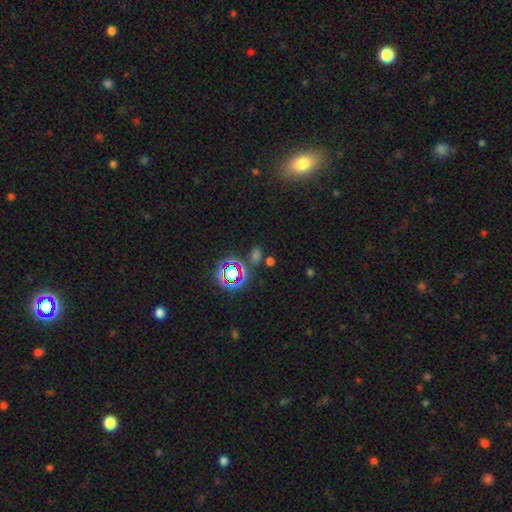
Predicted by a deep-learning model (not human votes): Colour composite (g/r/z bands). It shows a star or artifact, not a galaxy (54%).